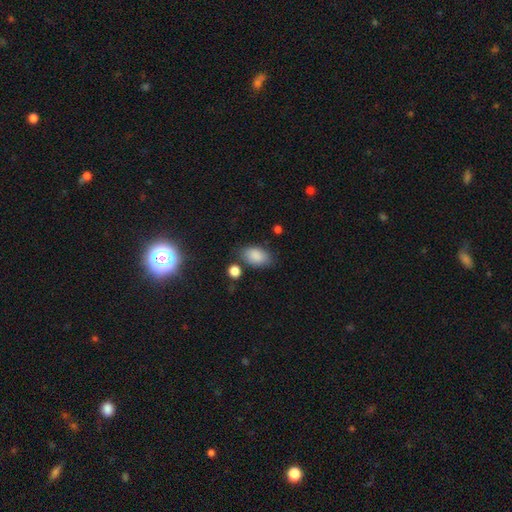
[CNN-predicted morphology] Smooth or featured? Predicted: smooth (p=0.87). How rounded? Predicted: in between (p=0.90). Merging? Predicted: none (p=0.73).